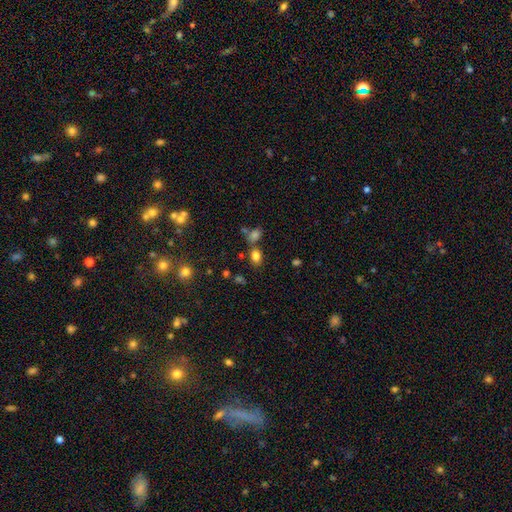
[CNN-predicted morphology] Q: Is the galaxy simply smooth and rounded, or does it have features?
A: smooth — 80%.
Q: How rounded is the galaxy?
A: in between — 75%.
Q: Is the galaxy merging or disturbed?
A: none — 65%.